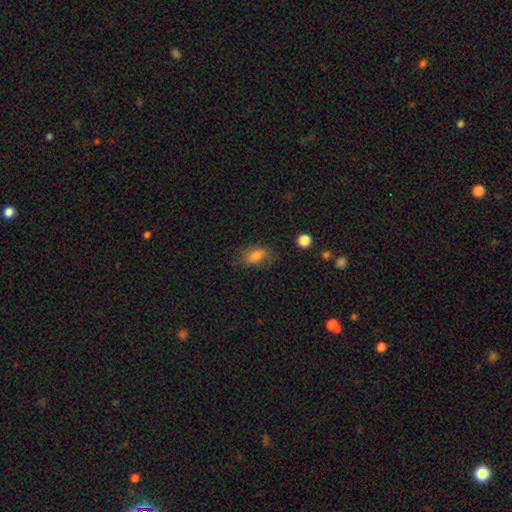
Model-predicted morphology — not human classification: Overall: smooth (76%). How rounded: in between (85%). Merging: none (74%).